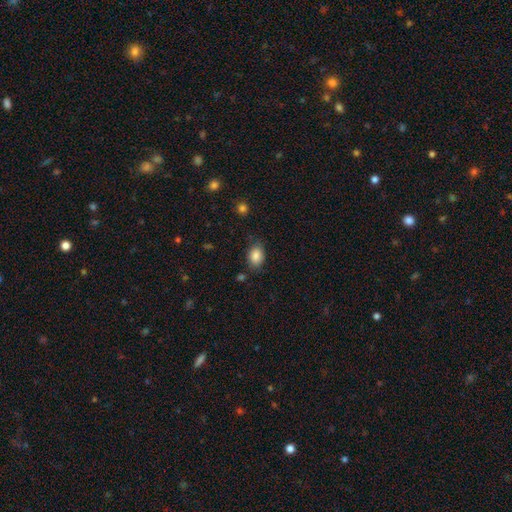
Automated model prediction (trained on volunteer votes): smooth_or_featured: smooth (p=0.87) [alt: star or artifact p=0.08]
how_rounded: in between (p=0.77) [alt: round p=0.22]
merging: none (p=0.79) [alt: minor disturbance p=0.15]